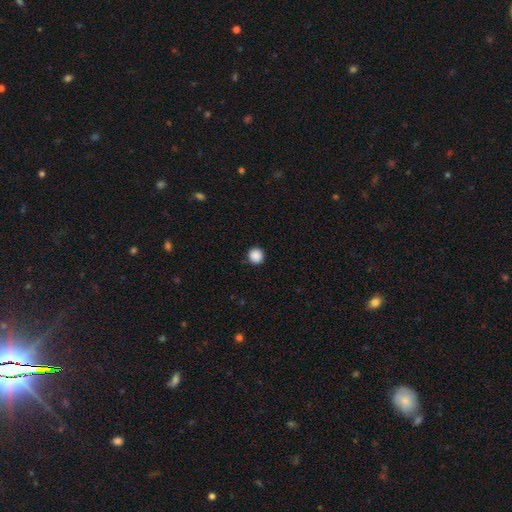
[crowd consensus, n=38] Morphology: type=smooth (95%); roundness=round (97%); merging=none (92%).